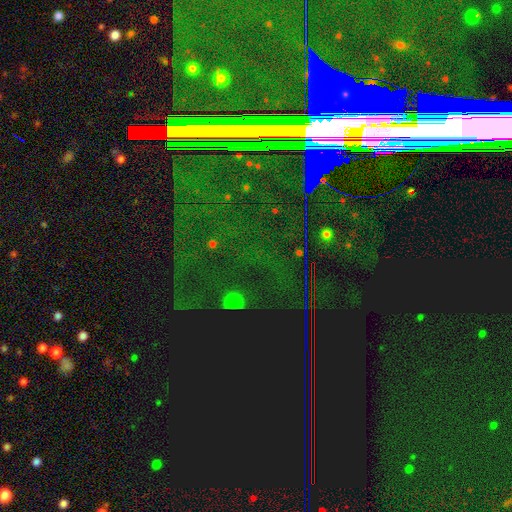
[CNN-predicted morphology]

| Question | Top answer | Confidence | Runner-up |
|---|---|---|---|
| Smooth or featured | star or artifact | 77% | featured or disk (14%) |